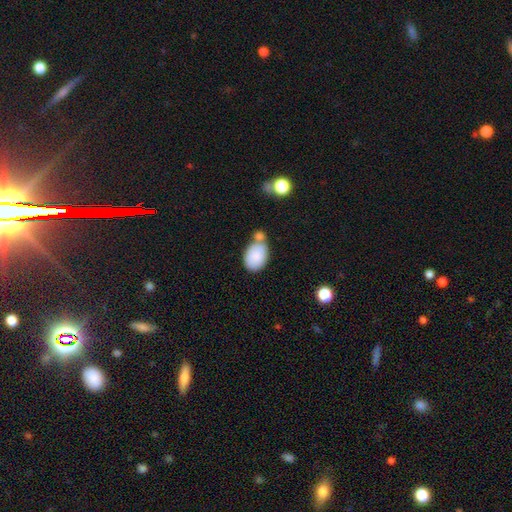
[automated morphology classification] This appears to be a smooth galaxy with no disk features (84%) that is in between round and cigar-shaped (87%). Merging: none (46%).